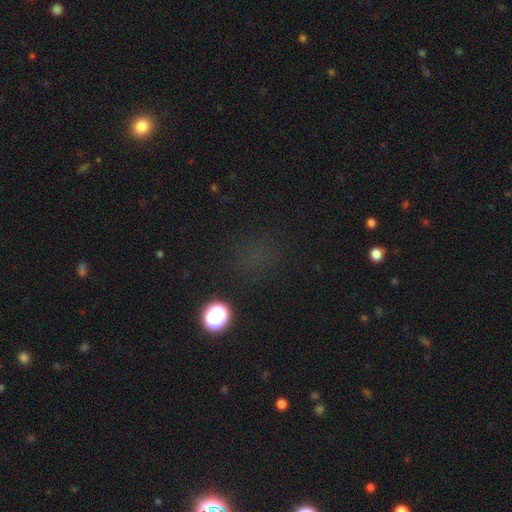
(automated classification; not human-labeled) Smooth or featured? star or artifact (48%)